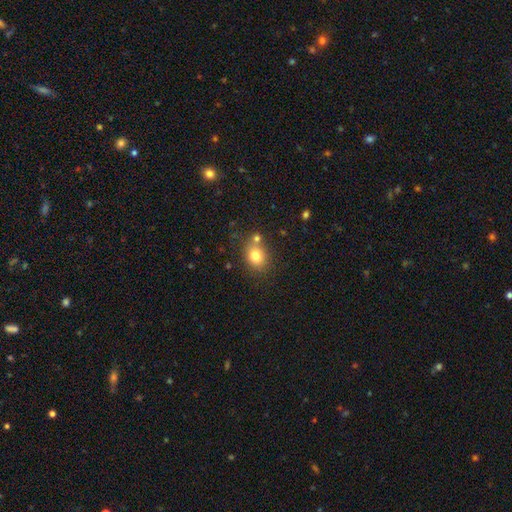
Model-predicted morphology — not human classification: Overall: smooth (78%). How rounded: round (59%; in between 40%). Merging: none (65%).